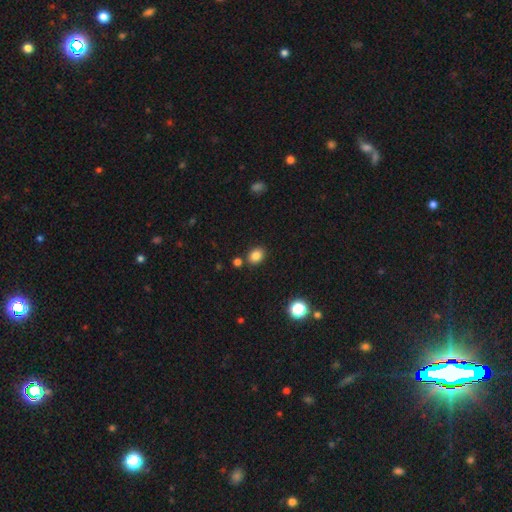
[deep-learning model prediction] Q: Smooth or featured?
A: smooth (83%); runner-up: star or artifact (12%)
Q: How rounded?
A: in between (58%); runner-up: round (41%)
Q: Merging?
A: none (81%); runner-up: minor disturbance (9%)